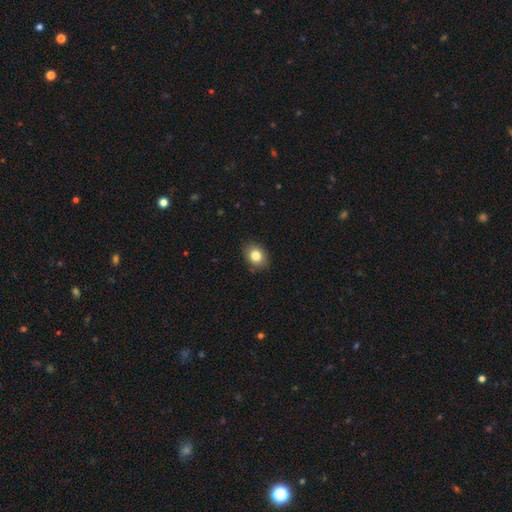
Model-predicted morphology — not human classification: This is clearly a smooth galaxy (82%). How rounded: possibly in between (57%). Merging: clearly none (85%).